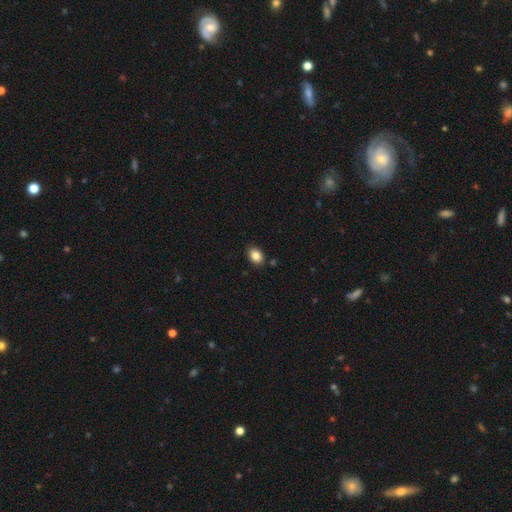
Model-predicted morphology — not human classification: smooth_or_featured: smooth (p=0.86) [alt: star or artifact p=0.09]
how_rounded: in between (p=0.75) [alt: round p=0.24]
merging: none (p=0.86) [alt: minor disturbance p=0.09]